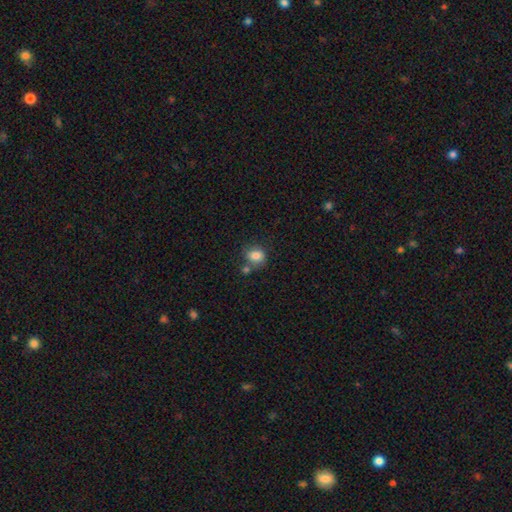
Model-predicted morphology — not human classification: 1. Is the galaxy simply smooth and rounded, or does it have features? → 82% smooth, 10% star or artifact, 8% featured or disk.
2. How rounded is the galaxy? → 62% round, 37% in between, 1% cigar-shaped.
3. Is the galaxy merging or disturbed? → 61% none, 19% merger, 15% minor disturbance, 4% major disturbance.